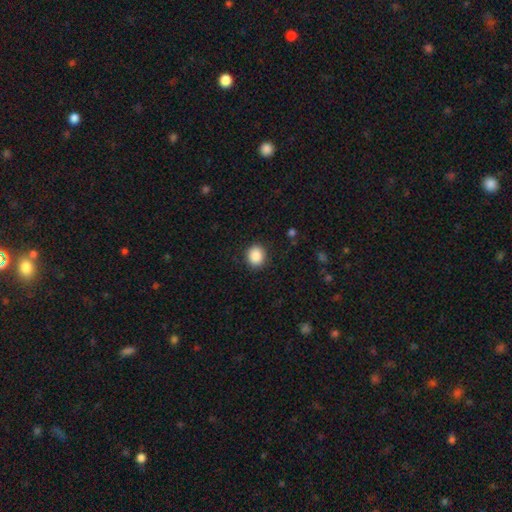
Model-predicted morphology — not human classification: Smooth or featured? Predicted: smooth (p=0.88). How rounded? Predicted: round (p=0.76). Merging? Predicted: none (p=0.90).